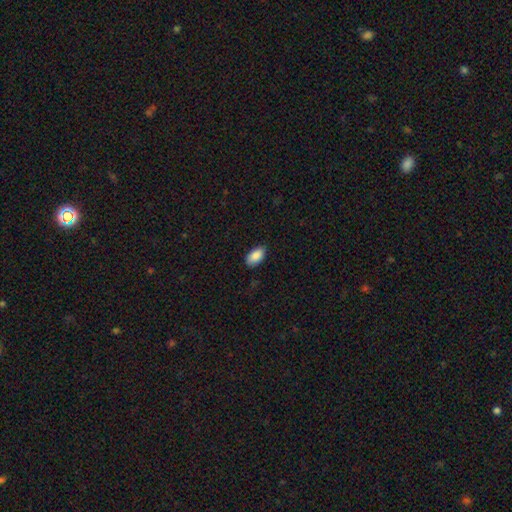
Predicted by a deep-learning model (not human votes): Morphology: type=smooth (88%); roundness=in between (94%); merging=none (82%).